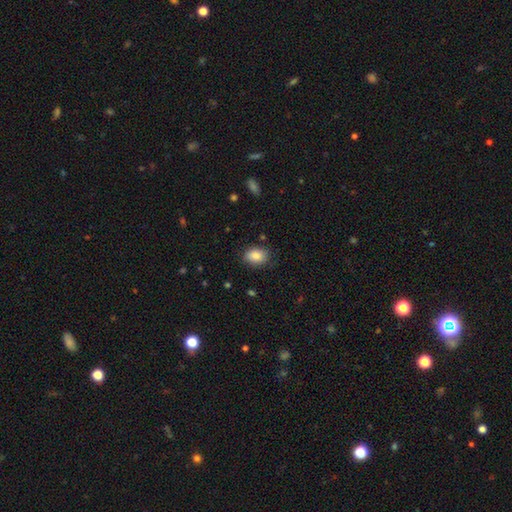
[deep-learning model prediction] A smooth galaxy with no disk features (86%) that is in between round and cigar-shaped (71%).

Vote fractions:
- Smooth or featured? smooth: 86% / star or artifact: 8% / featured or disk: 6%
- How rounded? in between: 71% / round: 28% / cigar-shaped: 1%
- Merging? none: 79% / minor disturbance: 16% / major disturbance: 4% / merger: 1%